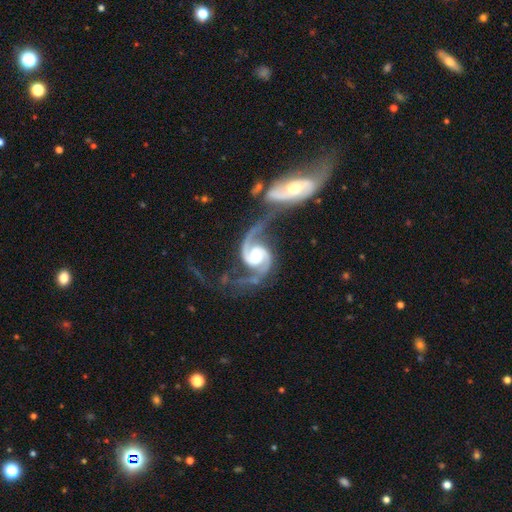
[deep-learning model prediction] Morphology: type=featured or disk (94%); edge-on=no (98%); bar=no (57%); spiral arms=yes (98%); winding=medium (54%); arm count=2 (93%); bulge=moderate (58%); merging=merger (41%).